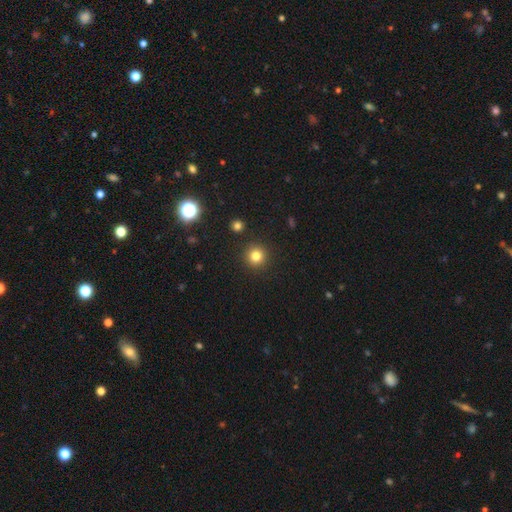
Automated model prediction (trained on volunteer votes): Smooth or featured?
  - smooth: 81% *
  - star or artifact: 13%
  - featured or disk: 6%
How rounded?
  - round: 95% *
  - in between: 4%
  - cigar-shaped: 1%
Merging?
  - none: 91% *
  - minor disturbance: 5%
  - major disturbance: 2%
  - merger: 2%